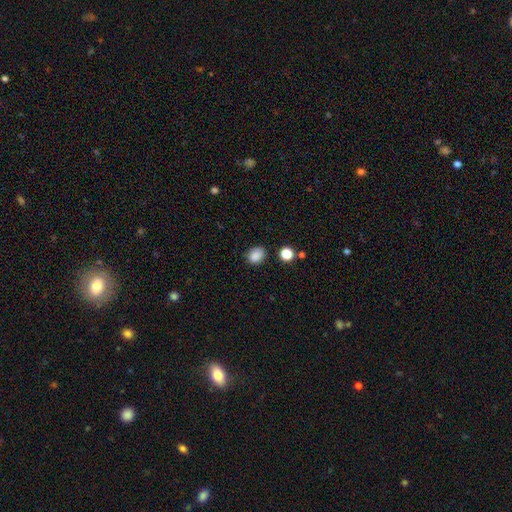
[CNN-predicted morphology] Overall: smooth (86%). How rounded: in between (58%; round 41%). Merging: none (79%).